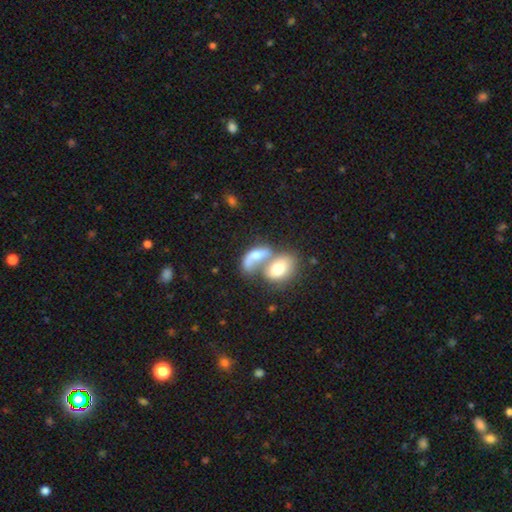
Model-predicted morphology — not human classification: type=smooth (58%); roundness=in between (82%); merging=merger (74%).